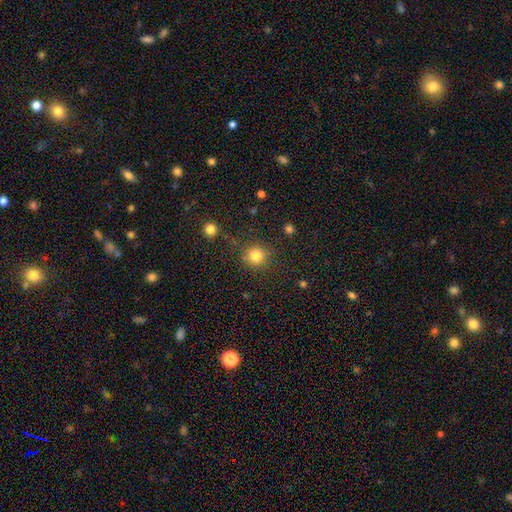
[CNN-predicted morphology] Q: Smooth or featured?
A: smooth (83%); runner-up: star or artifact (12%)
Q: How rounded?
A: round (93%); runner-up: in between (6%)
Q: Merging?
A: none (85%); runner-up: minor disturbance (8%)